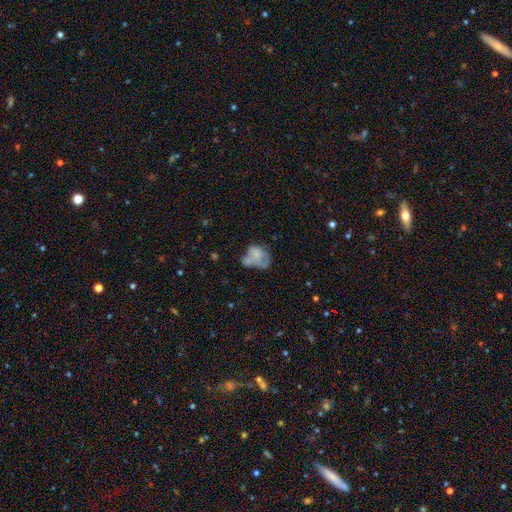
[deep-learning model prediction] smooth-or-featured: smooth: 57% | featured or disk: 33% | star or artifact: 10%
  how-rounded: in between: 65% | round: 33% | cigar-shaped: 1%
  merging: merger: 35% | none: 26% | minor disturbance: 20% | major disturbance: 20%